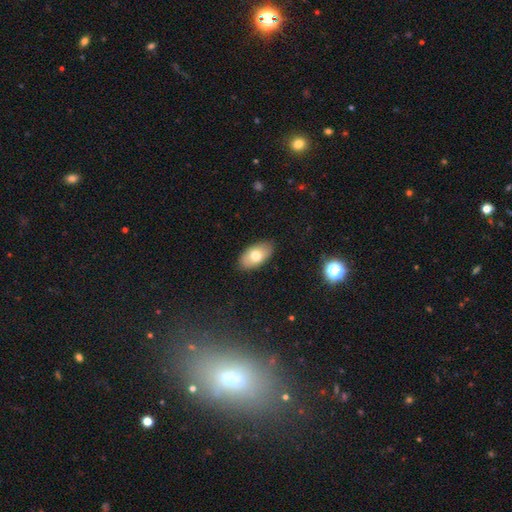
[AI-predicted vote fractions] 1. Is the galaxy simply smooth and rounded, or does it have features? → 71% smooth, 22% featured or disk, 7% star or artifact.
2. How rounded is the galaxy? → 94% in between, 4% round, 2% cigar-shaped.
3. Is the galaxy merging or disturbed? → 86% none, 11% minor disturbance, 2% major disturbance, 1% merger.